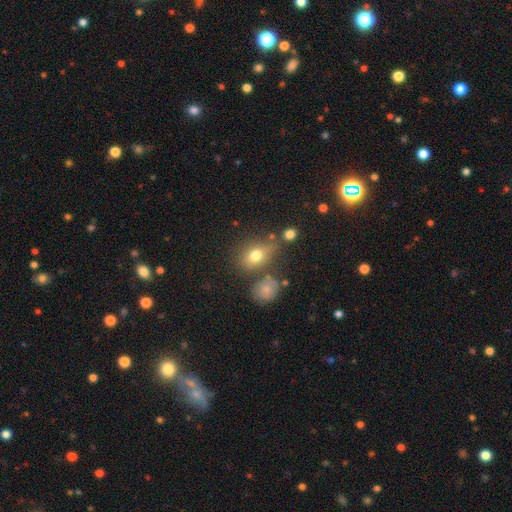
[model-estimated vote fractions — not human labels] The model was most divided on "how rounded": in between: 65%, round: 32%, cigar-shaped: 3%. More confident: smooth or featured — smooth (72%); merging — none (60%).